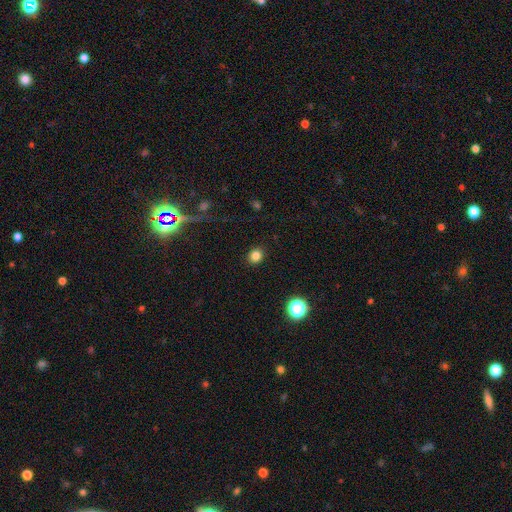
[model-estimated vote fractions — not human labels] Smooth or featured?
  - smooth: 82% *
  - star or artifact: 13%
  - featured or disk: 5%
How rounded?
  - round: 74% *
  - in between: 25%
  - cigar-shaped: 1%
Merging?
  - none: 90% *
  - minor disturbance: 7%
  - major disturbance: 2%
  - merger: 1%